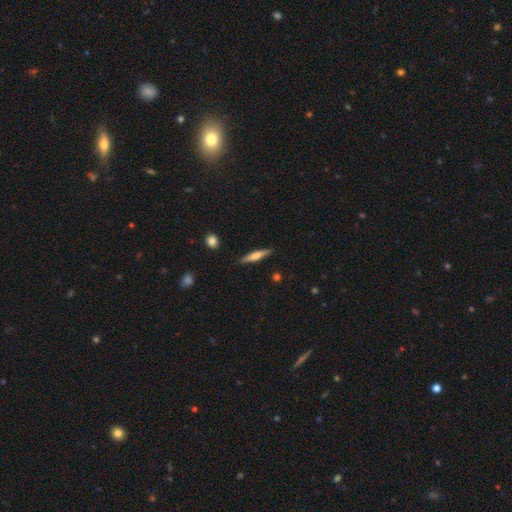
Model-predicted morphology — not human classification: type=featured or disk (47%, tied with smooth); merging=none (89%).